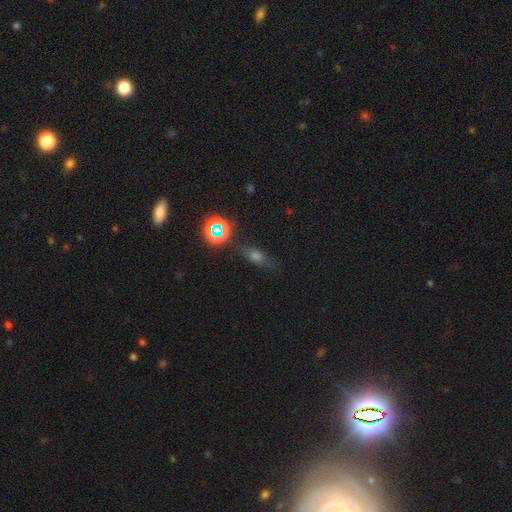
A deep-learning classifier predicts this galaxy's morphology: Q: Smooth or featured?
A: smooth (50%); runner-up: star or artifact (28%)
Q: Merging?
A: none (72%); runner-up: minor disturbance (19%)